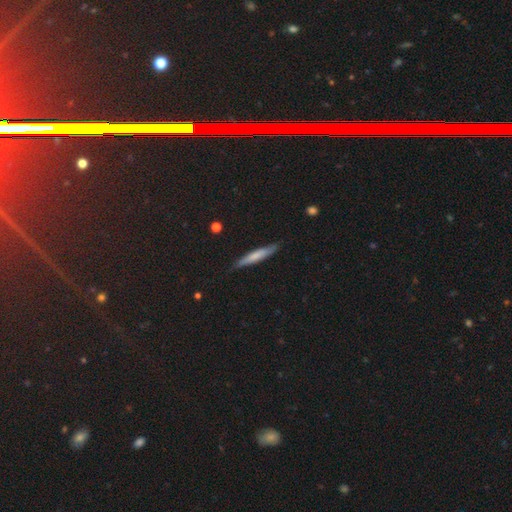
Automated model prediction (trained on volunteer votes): Morphology: type=smooth (62%); roundness=cigar-shaped (92%); merging=none (83%).